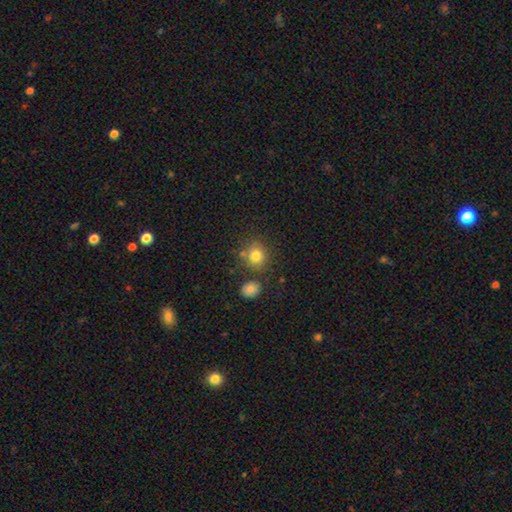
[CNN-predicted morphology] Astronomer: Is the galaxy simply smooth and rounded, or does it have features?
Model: smooth — 80%.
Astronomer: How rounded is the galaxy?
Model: round — 81%.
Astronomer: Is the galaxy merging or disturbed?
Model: none — 75%.